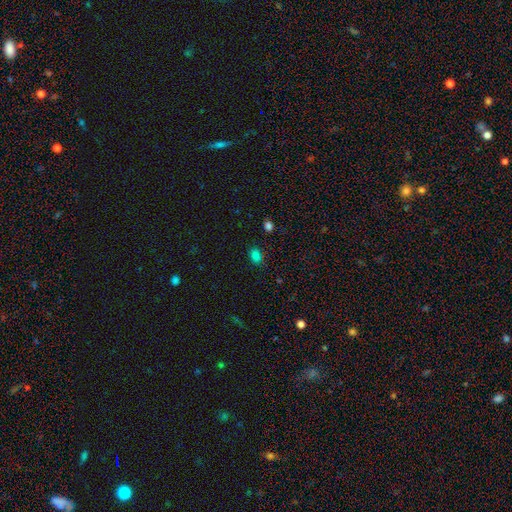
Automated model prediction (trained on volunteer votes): Smooth or featured?
  - smooth: 80% *
  - star or artifact: 16%
  - featured or disk: 4%
How rounded?
  - in between: 70% *
  - round: 28%
  - cigar-shaped: 1%
Merging?
  - none: 85% *
  - minor disturbance: 11%
  - major disturbance: 3%
  - merger: 2%